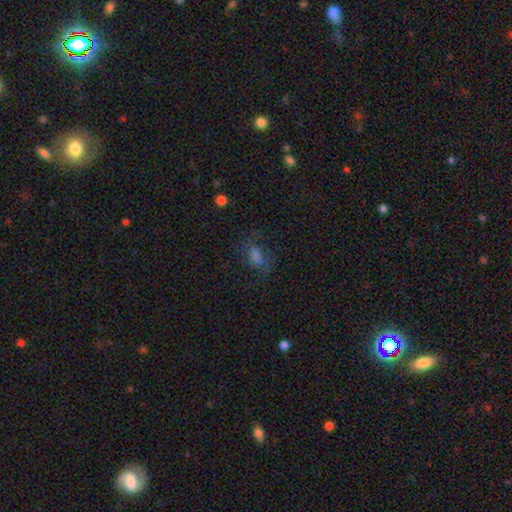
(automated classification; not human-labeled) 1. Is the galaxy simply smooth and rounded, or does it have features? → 52% smooth, 27% star or artifact, 22% featured or disk.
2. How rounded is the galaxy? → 71% in between, 25% round, 4% cigar-shaped.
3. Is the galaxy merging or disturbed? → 60% none, 20% minor disturbance, 18% major disturbance, 3% merger.